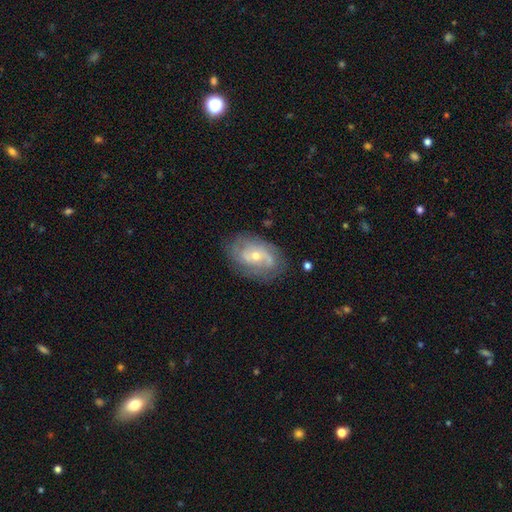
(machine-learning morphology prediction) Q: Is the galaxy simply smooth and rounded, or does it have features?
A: featured or disk — 75%.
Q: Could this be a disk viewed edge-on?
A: no — 96%.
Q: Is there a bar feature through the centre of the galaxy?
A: no — 62%.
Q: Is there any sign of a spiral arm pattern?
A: yes — 85%.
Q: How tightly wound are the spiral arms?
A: medium — 40%.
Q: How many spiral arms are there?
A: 2 — 50%.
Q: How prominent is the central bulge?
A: small — 54%.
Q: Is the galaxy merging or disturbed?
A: none — 74%.